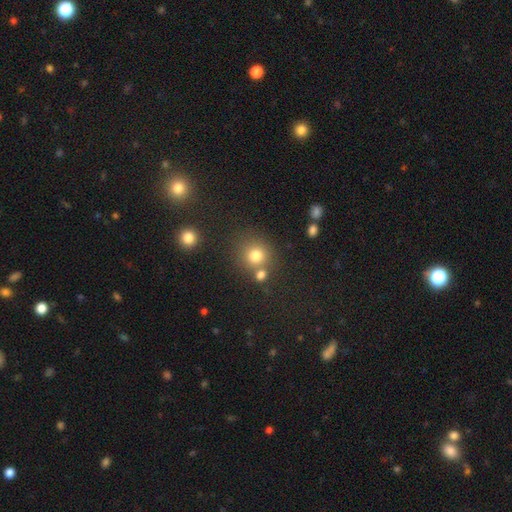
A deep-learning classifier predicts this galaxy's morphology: A smooth galaxy with no disk features (77%) that is round (88%). Merging: none (66%).